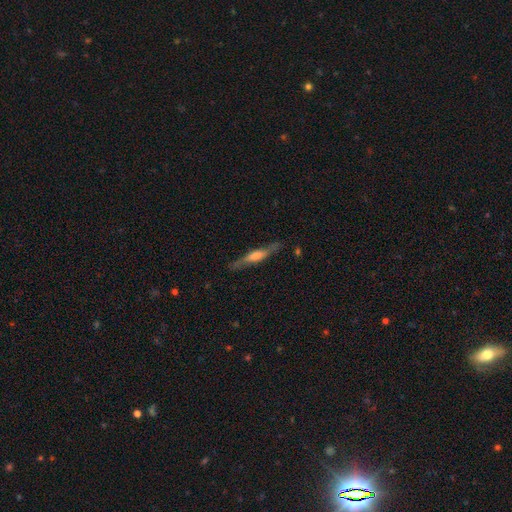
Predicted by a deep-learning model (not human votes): The model was most divided on "edge-on bulge": rounded: 60%, boxy: 29%, none: 12%. More confident: edge-on disk — yes (91%); merging — none (83%); smooth or featured — featured or disk (67%).